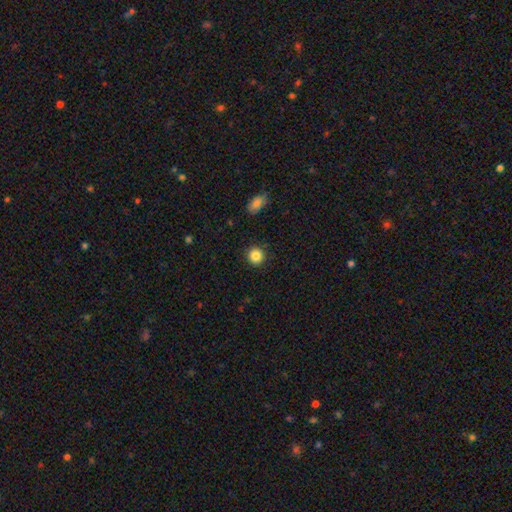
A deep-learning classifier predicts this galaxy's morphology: Smooth or featured: smooth — 85% (star or artifact — 10%)
How rounded: round — 93% (in between — 6%)
Merging: none — 91% (minor disturbance — 6%)